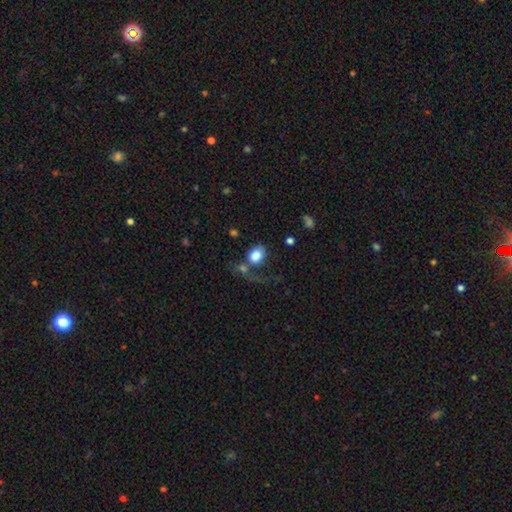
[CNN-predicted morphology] type=smooth (80%); roundness=in between (51%); merging=none (32%).